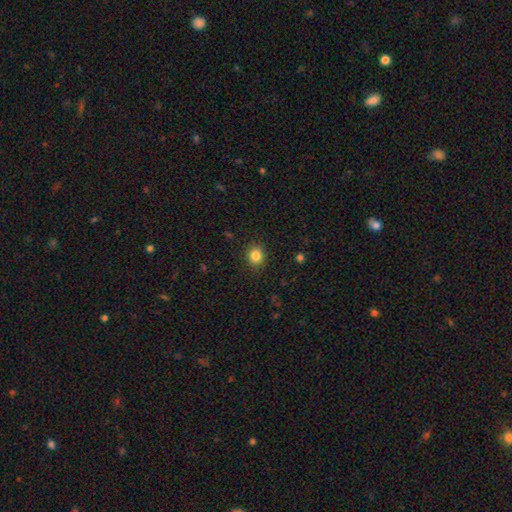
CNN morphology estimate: The model was most divided on "how rounded": round: 73%, in between: 26%, cigar-shaped: 1%. More confident: merging — none (89%); smooth or featured — smooth (84%).